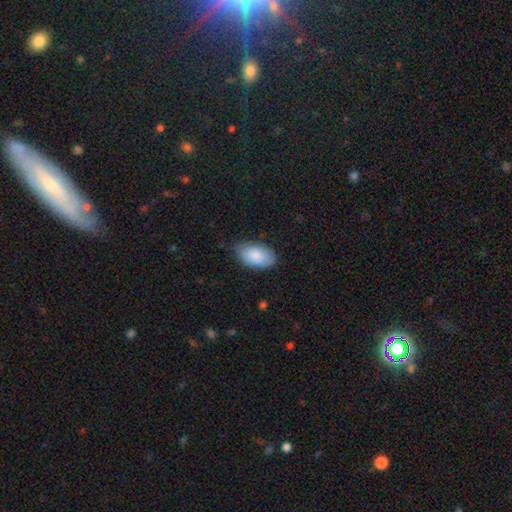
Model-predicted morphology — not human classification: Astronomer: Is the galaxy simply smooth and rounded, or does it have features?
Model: smooth — 85%.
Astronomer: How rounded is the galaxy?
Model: in between — 95%.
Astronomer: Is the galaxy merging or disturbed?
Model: none — 78%.